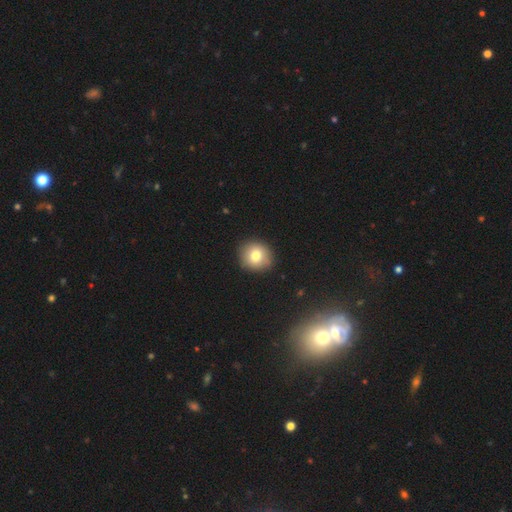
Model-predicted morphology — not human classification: A smooth galaxy with no disk features (78%) that is round (86%).

Vote fractions:
- Smooth or featured? smooth: 78% / featured or disk: 12% / star or artifact: 10%
- How rounded? round: 86% / in between: 13% / cigar-shaped: 1%
- Merging? none: 88% / minor disturbance: 9% / major disturbance: 2% / merger: 1%